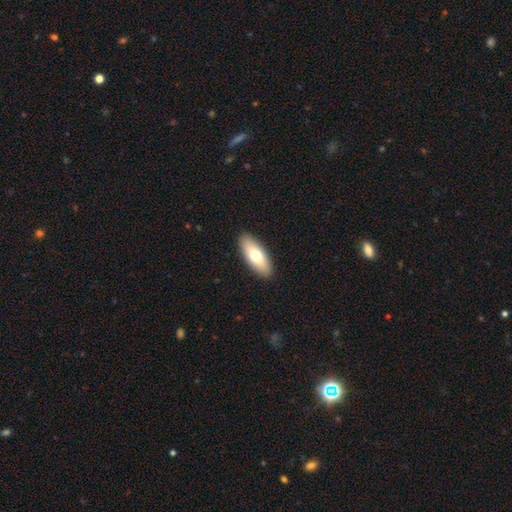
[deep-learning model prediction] Smooth or featured?
  - smooth: 70% *
  - featured or disk: 24%
  - star or artifact: 6%
How rounded?
  - in between: 78% *
  - cigar-shaped: 19%
  - round: 3%
Merging?
  - none: 91% *
  - minor disturbance: 7%
  - major disturbance: 2%
  - merger: 1%